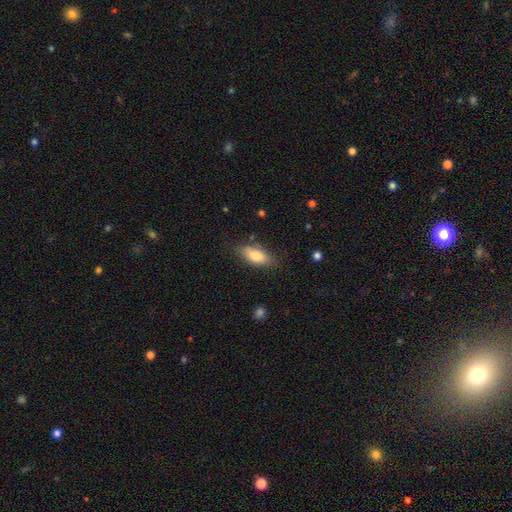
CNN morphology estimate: type=smooth (79%); roundness=in between (82%); merging=none (77%).